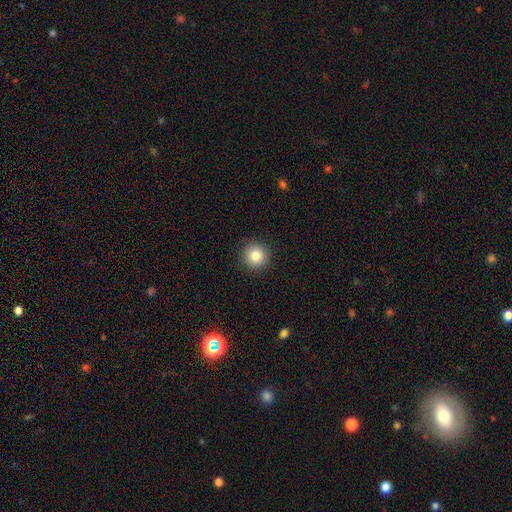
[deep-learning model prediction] This is clearly a smooth galaxy (83%). How rounded: clearly round (94%). Merging: clearly none (92%).